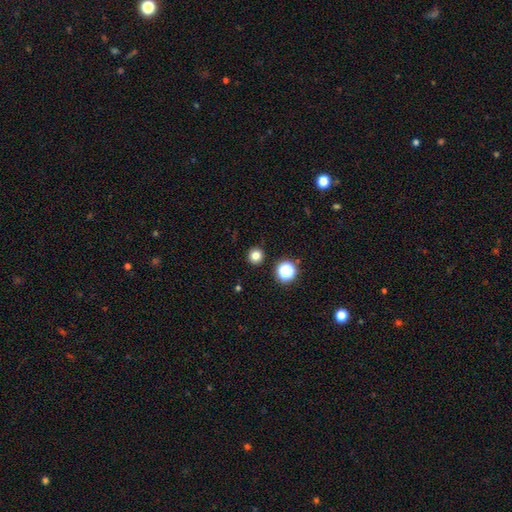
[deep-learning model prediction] A smooth galaxy with no disk features (81%) that is round (93%).

Vote fractions:
- Smooth or featured? smooth: 81% / star or artifact: 14% / featured or disk: 5%
- How rounded? round: 93% / in between: 6% / cigar-shaped: 1%
- Merging? none: 92% / minor disturbance: 5% / major disturbance: 2% / merger: 2%